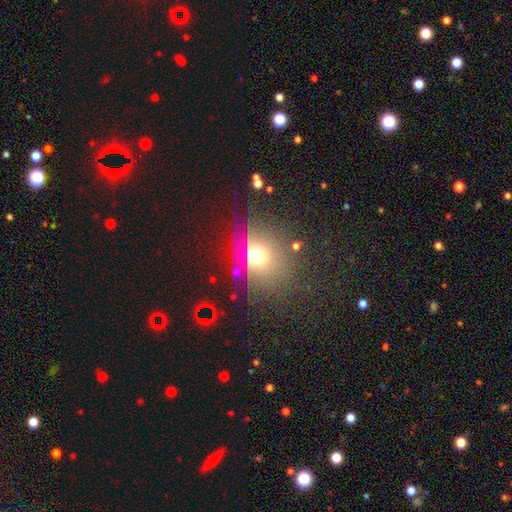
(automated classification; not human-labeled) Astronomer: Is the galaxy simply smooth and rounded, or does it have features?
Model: smooth — 52% (runner-up: star or artifact, 30%).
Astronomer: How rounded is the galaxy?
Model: round — 72%.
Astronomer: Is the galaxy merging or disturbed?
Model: none — 70%.